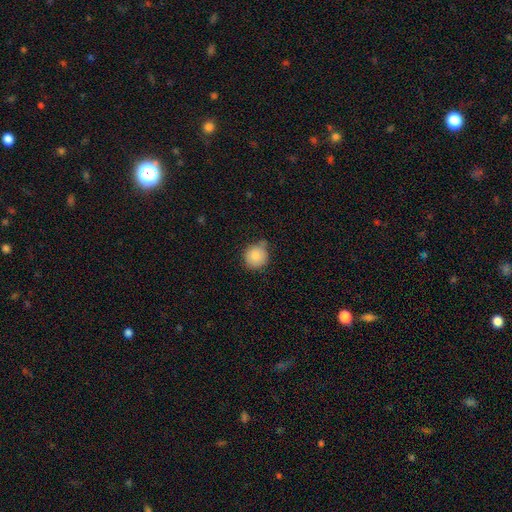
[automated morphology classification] This is clearly a smooth galaxy (86%). How rounded: clearly round (89%). Merging: likely none (66%).